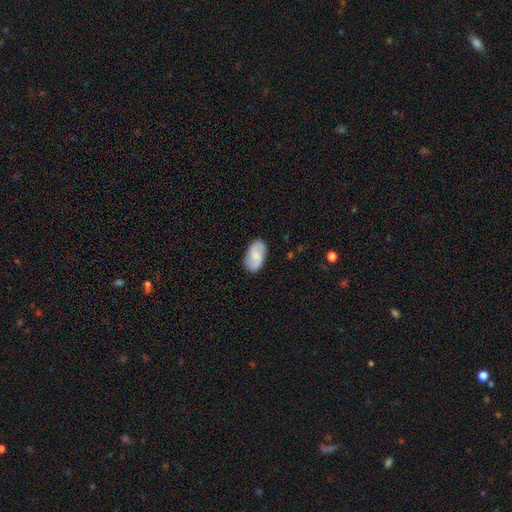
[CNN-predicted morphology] This is possibly a smooth galaxy (58%). How rounded: clearly in between (94%). Merging: clearly none (86%).